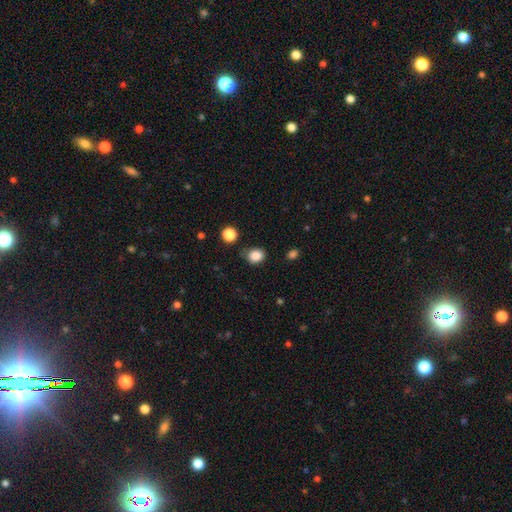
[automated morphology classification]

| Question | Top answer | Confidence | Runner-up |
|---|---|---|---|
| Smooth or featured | smooth | 86% | star or artifact (10%) |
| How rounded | round | 56% | in between (43%) |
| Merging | none | 74% | minor disturbance (19%) |